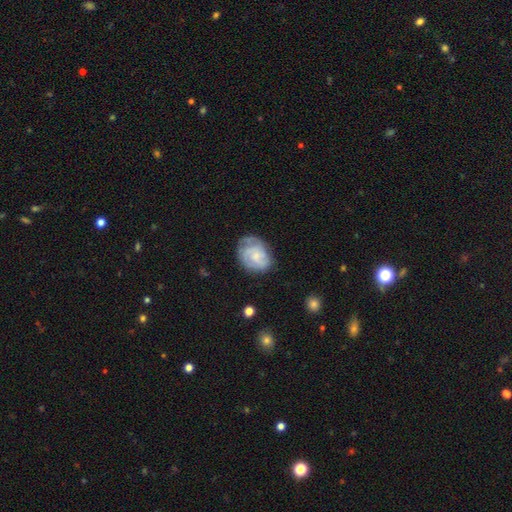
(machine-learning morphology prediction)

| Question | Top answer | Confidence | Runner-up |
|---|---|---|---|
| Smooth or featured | featured or disk | 65% | smooth (28%) |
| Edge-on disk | no | 98% | yes (2%) |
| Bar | no | 66% | weak (30%) |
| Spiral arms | yes | 86% | no (14%) |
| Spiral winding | tight | 51% | medium (37%) |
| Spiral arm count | can't tell | 36% | 2 (27%) |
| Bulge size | small | 50% | moderate (29%) |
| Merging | none | 60% | minor disturbance (26%) |